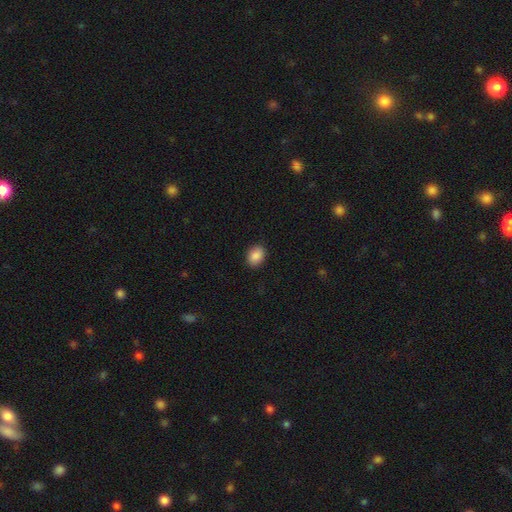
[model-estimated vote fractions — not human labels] This appears to be a smooth galaxy with no disk features (89%) that is in between round and cigar-shaped (64%). Merging: none (90%).